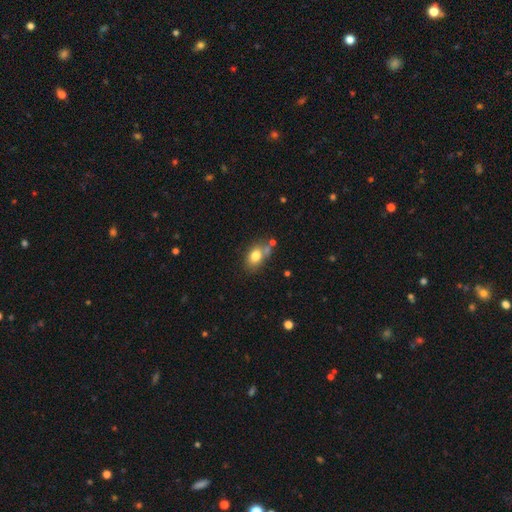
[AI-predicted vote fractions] A smooth galaxy with no disk features (78%) that is in between round and cigar-shaped (76%).

Vote fractions:
- Smooth or featured? smooth: 78% / featured or disk: 13% / star or artifact: 9%
- How rounded? in between: 76% / round: 22% / cigar-shaped: 2%
- Merging? none: 56% / minor disturbance: 20% / merger: 17% / major disturbance: 7%